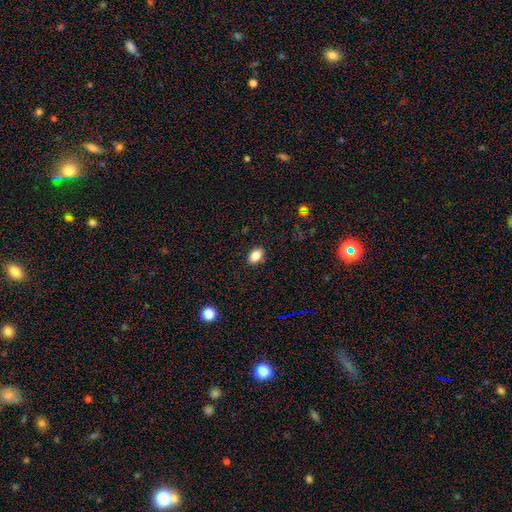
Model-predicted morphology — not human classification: smooth-or-featured: smooth: 85% | star or artifact: 10% | featured or disk: 5%
  how-rounded: in between: 83% | round: 16% | cigar-shaped: 2%
  merging: none: 89% | minor disturbance: 8% | major disturbance: 2% | merger: 1%